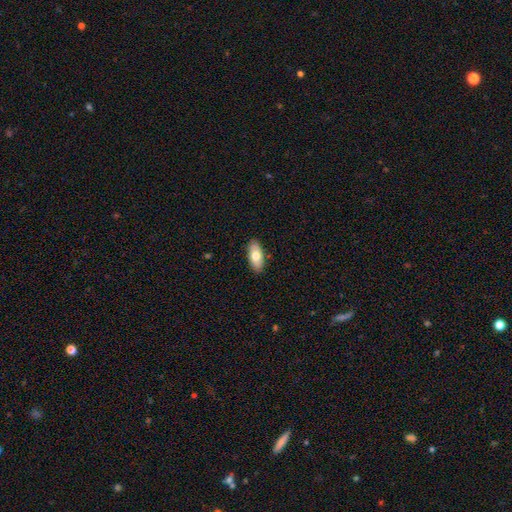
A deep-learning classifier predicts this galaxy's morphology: Overall: smooth (71%). How rounded: in between (90%). Merging: none (89%).